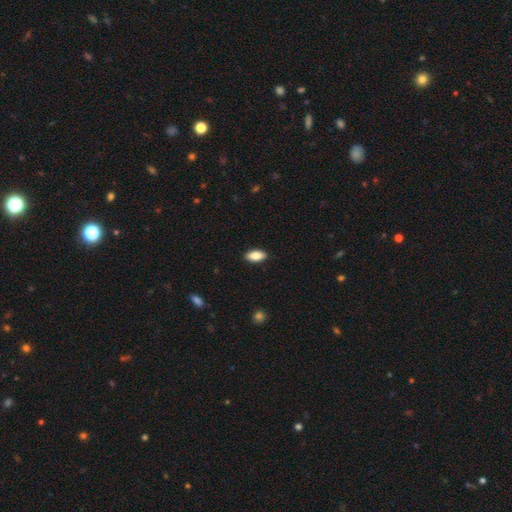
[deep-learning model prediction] The model was most divided on "smooth or featured": smooth: 85%, featured or disk: 9%, star or artifact: 7%. More confident: merging — none (89%); how rounded — in between (89%).